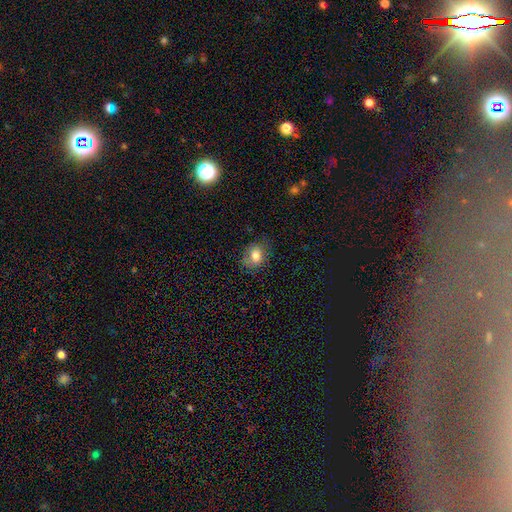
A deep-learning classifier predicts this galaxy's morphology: Q: Smooth or featured?
A: smooth (78%); runner-up: featured or disk (11%)
Q: How rounded?
A: round (50%); runner-up: in between (49%)
Q: Merging?
A: none (76%); runner-up: minor disturbance (18%)